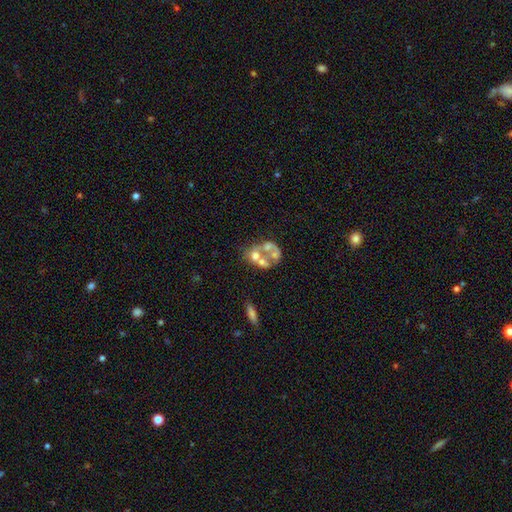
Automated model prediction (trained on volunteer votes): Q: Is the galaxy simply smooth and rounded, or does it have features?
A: featured or disk — 53%.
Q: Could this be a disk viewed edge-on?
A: no — 98%.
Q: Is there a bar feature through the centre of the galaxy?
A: no — 94%.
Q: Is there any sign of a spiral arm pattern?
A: no — 95%.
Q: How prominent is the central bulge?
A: none — 51%.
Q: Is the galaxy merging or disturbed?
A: merger — 58%.